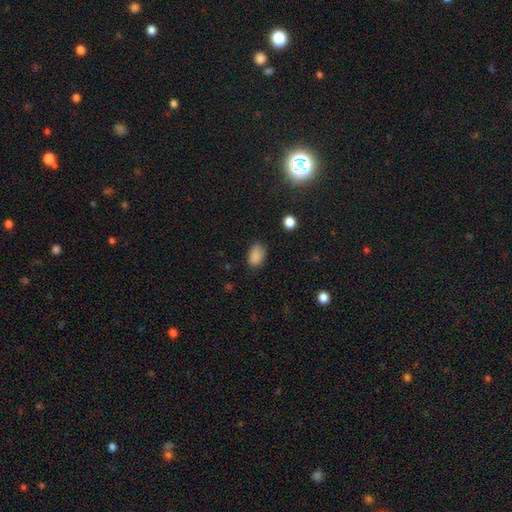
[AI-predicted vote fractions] smooth 85%, star or artifact 10%, featured or disk 4%. Down the decision tree: how rounded — in between (85%); merging — none (74%).